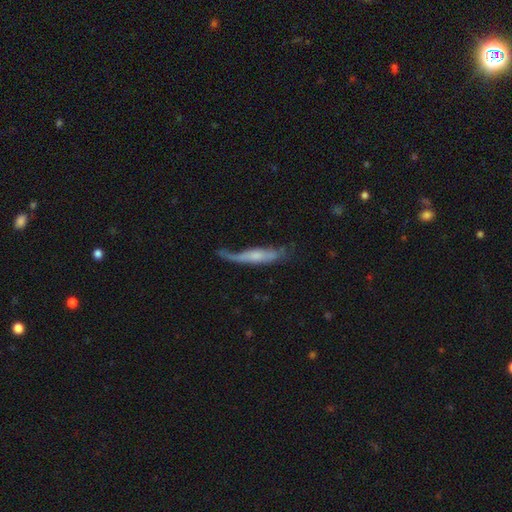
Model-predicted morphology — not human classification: featured or disk 47%, smooth 46%, star or artifact 7%. Down the decision tree: merging — none (38%).